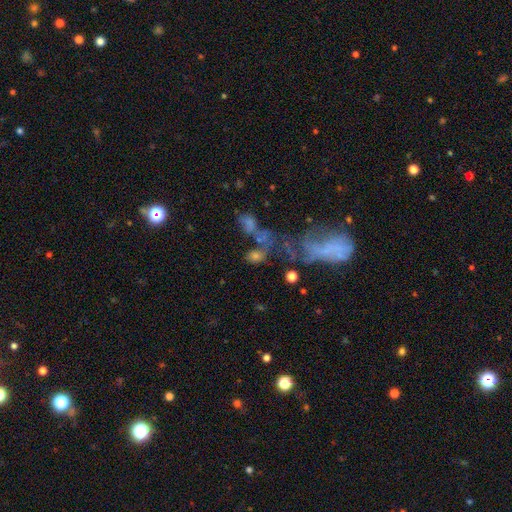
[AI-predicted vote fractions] Q: Smooth or featured?
A: smooth (47%); runner-up: featured or disk (29%)
Q: Merging?
A: none (32%); tied with: merger (32%)